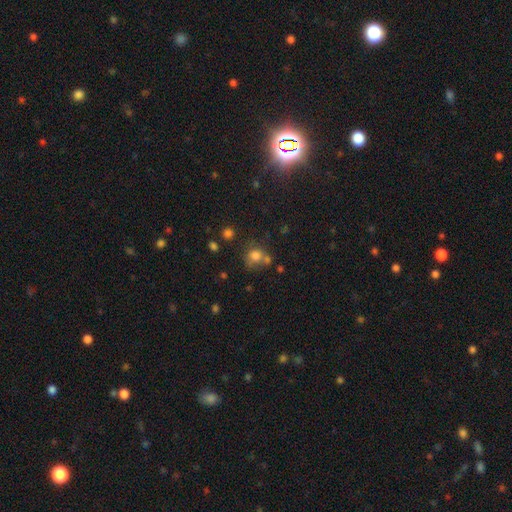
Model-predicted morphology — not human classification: The model was most divided on "merging": none: 51%, merger: 24%, minor disturbance: 17%, major disturbance: 8%. More confident: how rounded — round (78%); smooth or featured — smooth (76%).